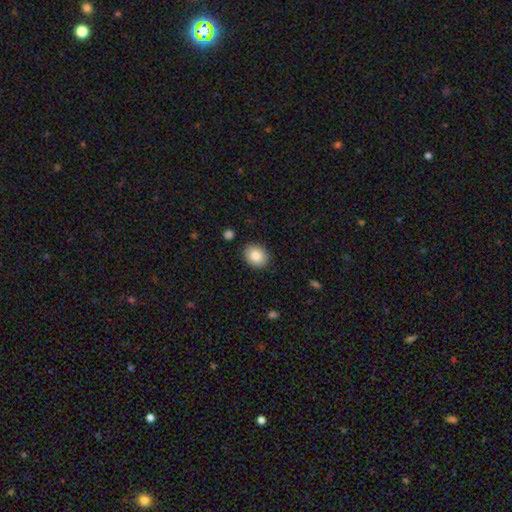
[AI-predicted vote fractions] Morphology: type=smooth (85%); roundness=in between (52%); merging=none (88%).